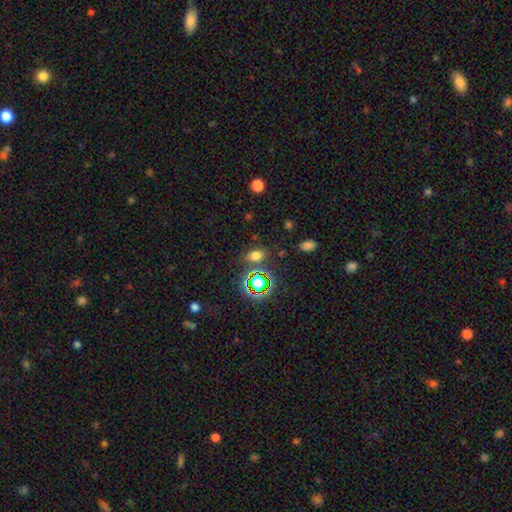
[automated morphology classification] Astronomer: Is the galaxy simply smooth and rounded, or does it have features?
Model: smooth — 64%.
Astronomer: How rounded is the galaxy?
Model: in between — 78%.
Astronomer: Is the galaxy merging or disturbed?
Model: none — 78%.